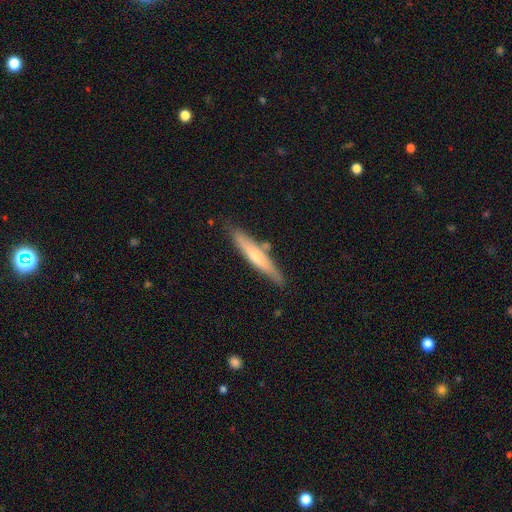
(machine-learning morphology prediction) The model was most divided on "smooth or featured": smooth: 50%, featured or disk: 44%, star or artifact: 6%. More confident: how rounded — cigar-shaped (91%); merging — none (80%).